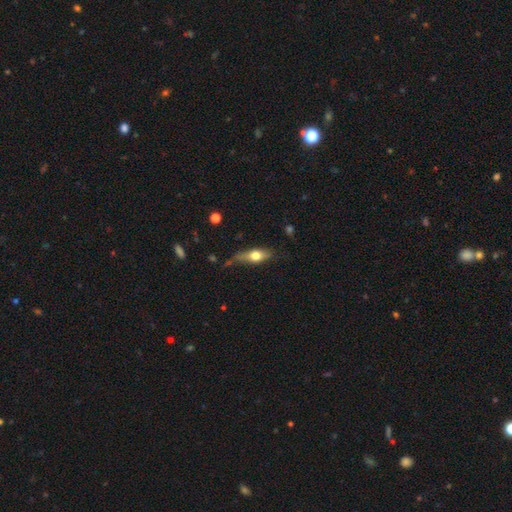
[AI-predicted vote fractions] This appears to be a smooth galaxy with no disk features (56%) that is in between round and cigar-shaped (54%). Merging: none (57%).